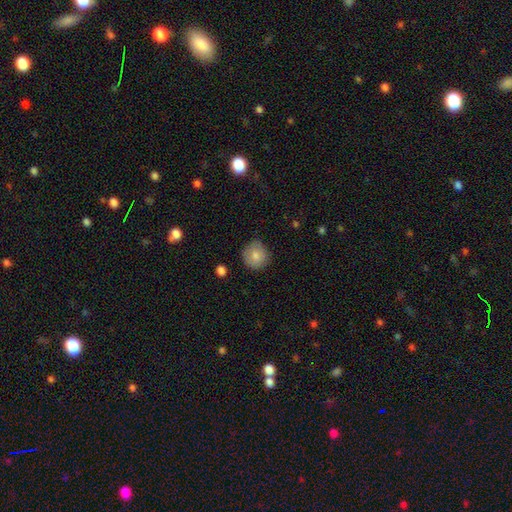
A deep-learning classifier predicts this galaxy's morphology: A smooth galaxy with no disk features (81%) that is round (90%). Merging: none (79%).